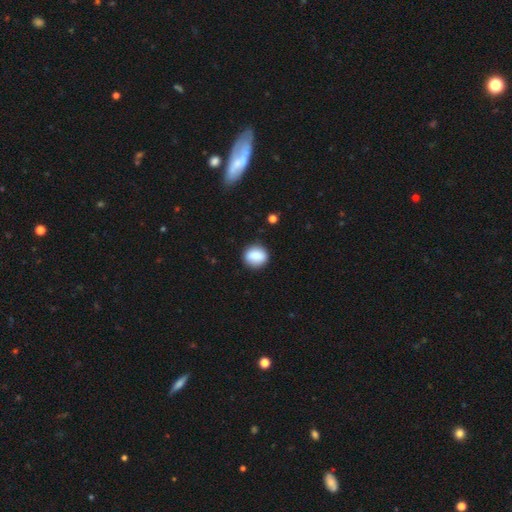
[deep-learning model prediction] Smooth or featured? smooth (86%)
How rounded? round (73%)
Merging? none (86%)